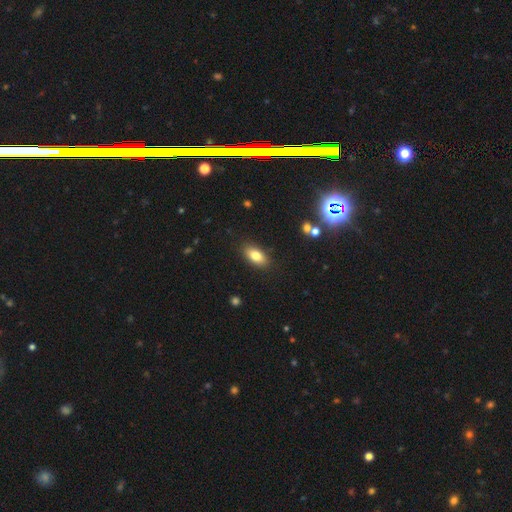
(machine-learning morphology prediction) Overall: smooth (80%). How rounded: in between (88%). Merging: none (87%).